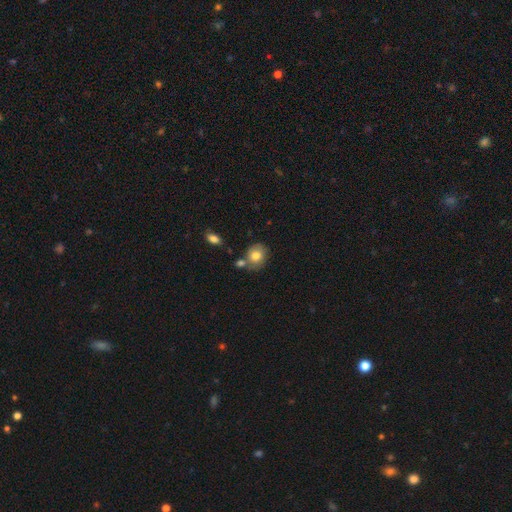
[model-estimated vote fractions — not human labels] The model was most divided on "how rounded": round: 69%, in between: 30%, cigar-shaped: 1%. More confident: smooth or featured — smooth (77%); merging — none (62%).